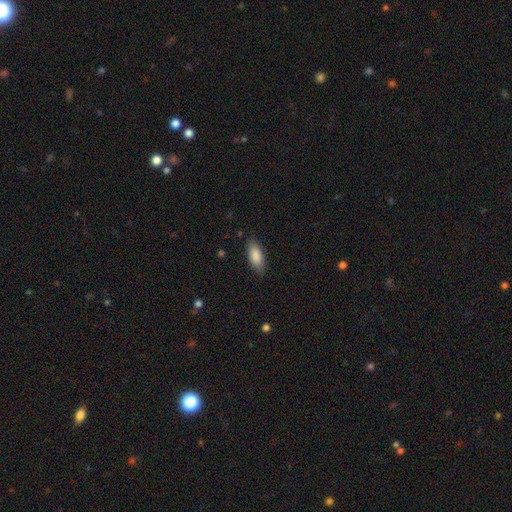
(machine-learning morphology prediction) This is clearly a smooth galaxy (87%). How rounded: likely in between (79%). Merging: clearly none (85%).